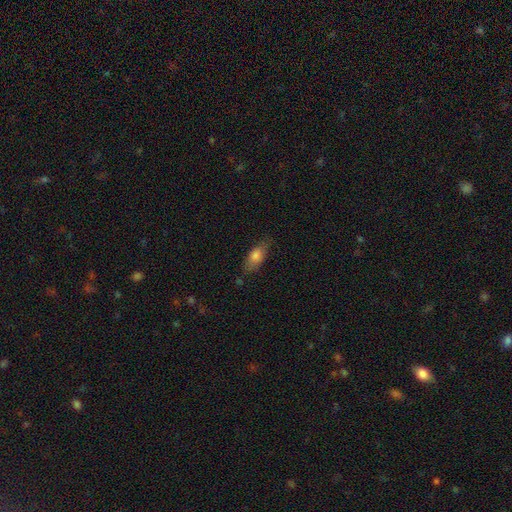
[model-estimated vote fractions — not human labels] A smooth galaxy with no disk features (76%) that is in between round and cigar-shaped (79%). Merging: none (70%).